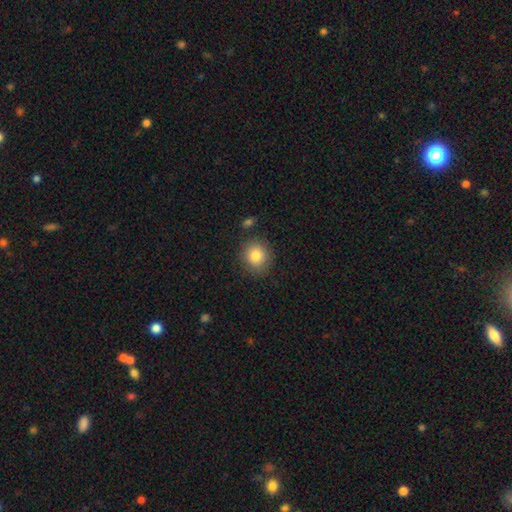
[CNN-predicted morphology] smooth-or-featured: smooth: 84% | star or artifact: 9% | featured or disk: 7%
  how-rounded: round: 87% | in between: 12% | cigar-shaped: 1%
  merging: none: 85% | minor disturbance: 10% | merger: 3% | major disturbance: 3%